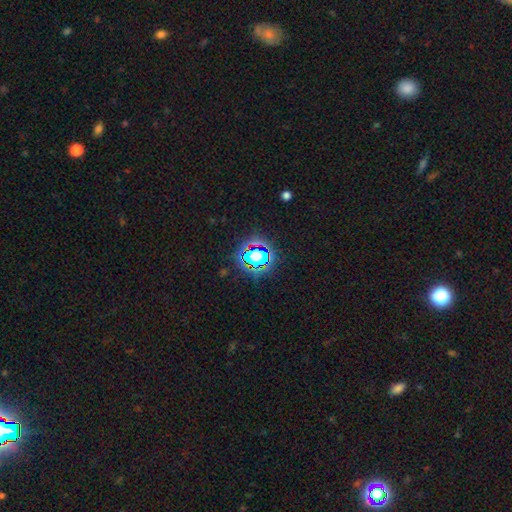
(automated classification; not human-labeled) smooth-or-featured: star or artifact: 62% | smooth: 27% | featured or disk: 12%